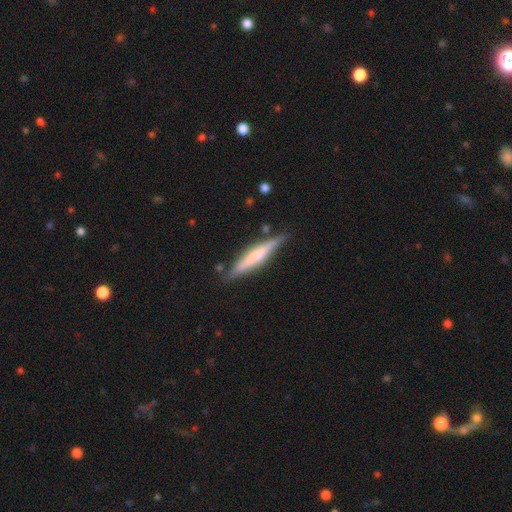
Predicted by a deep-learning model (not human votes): Smooth or featured: featured or disk — 49% (smooth — 45%)
Merging: none — 81% (minor disturbance — 13%)